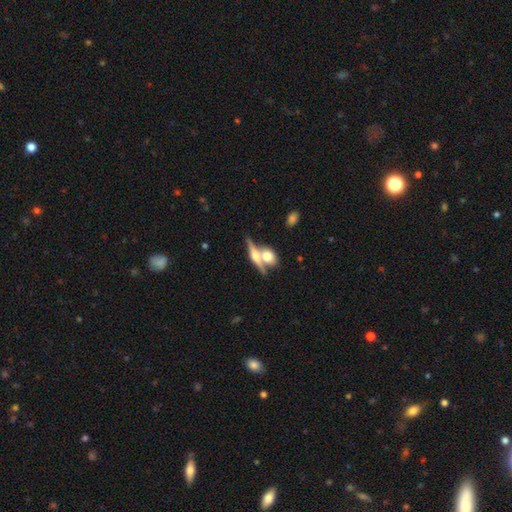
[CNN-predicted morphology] Smooth or featured: featured or disk — 57% (smooth — 35%)
Edge-on disk: yes — 89% (no — 11%)
Edge-on bulge: rounded — 88% (boxy — 7%)
Merging: none — 45% (merger — 43%)